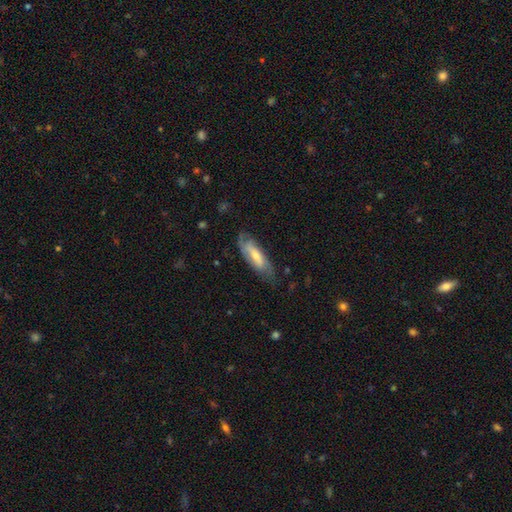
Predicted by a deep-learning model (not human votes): The model was most divided on "smooth or featured": featured or disk: 51%, smooth: 43%, star or artifact: 6%. More confident: edge-on disk — no (74%); merging — none (65%).